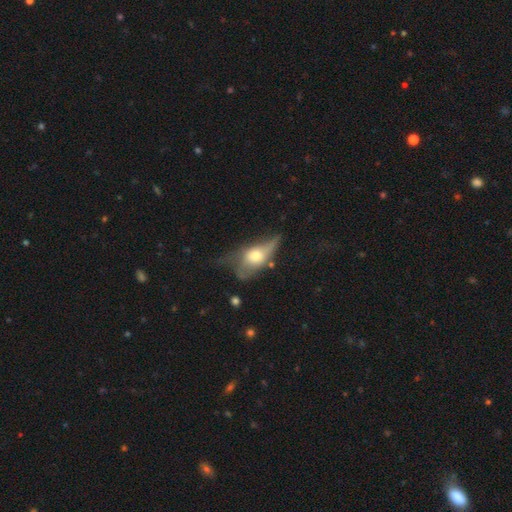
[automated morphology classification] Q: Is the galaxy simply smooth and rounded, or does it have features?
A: smooth — 49%.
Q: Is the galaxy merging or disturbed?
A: major disturbance — 40%.